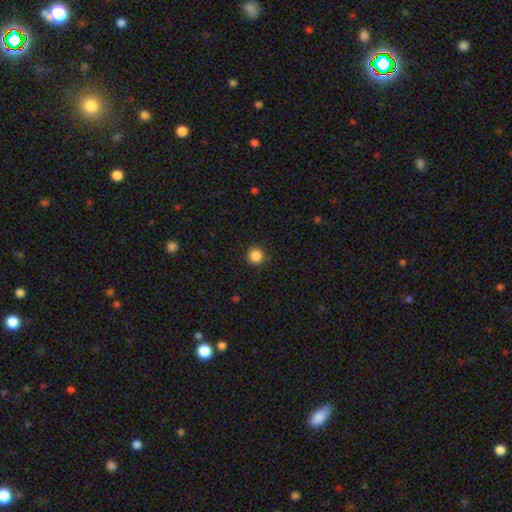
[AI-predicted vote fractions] The model was most divided on "smooth or featured": smooth: 86%, star or artifact: 11%, featured or disk: 3%. More confident: how rounded — round (94%); merging — none (87%).